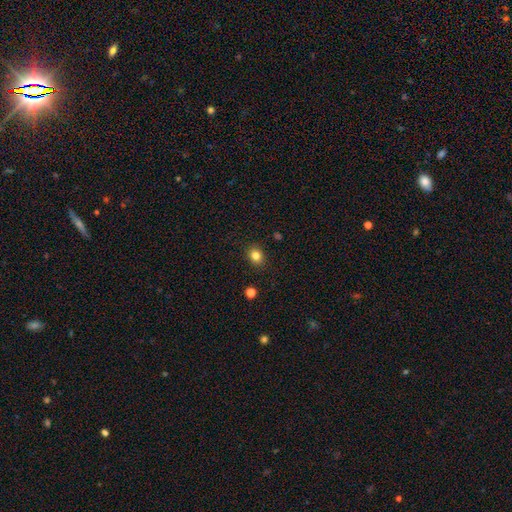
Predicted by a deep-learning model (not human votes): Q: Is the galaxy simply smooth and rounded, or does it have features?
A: smooth — 82%.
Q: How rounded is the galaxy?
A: round — 65%.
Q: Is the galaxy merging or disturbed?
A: none — 89%.